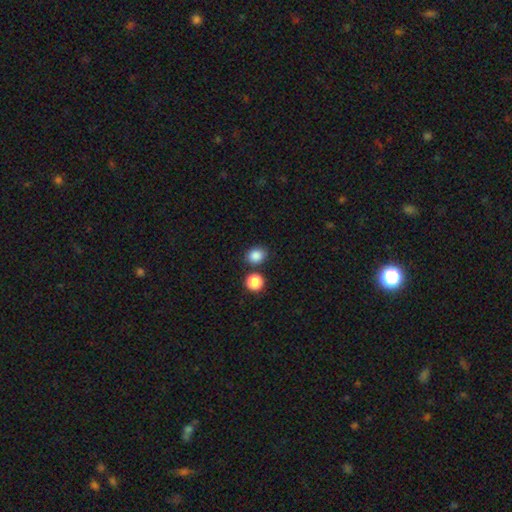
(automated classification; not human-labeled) Overall: smooth (85%). How rounded: round (59%; in between 40%). Merging: none (76%).